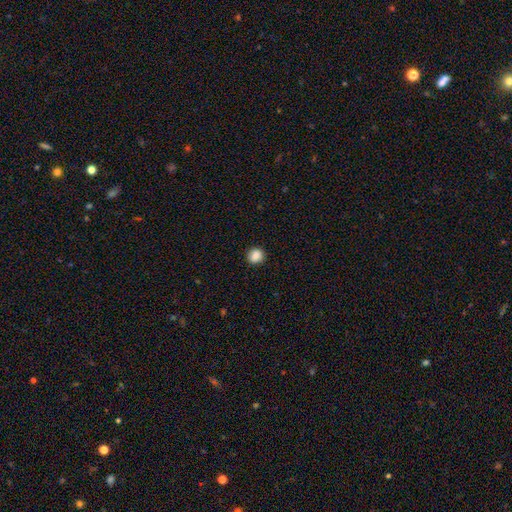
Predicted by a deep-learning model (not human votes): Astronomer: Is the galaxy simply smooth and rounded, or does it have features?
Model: smooth — 87%.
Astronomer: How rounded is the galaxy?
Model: round — 86%.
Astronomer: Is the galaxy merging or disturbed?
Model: none — 89%.